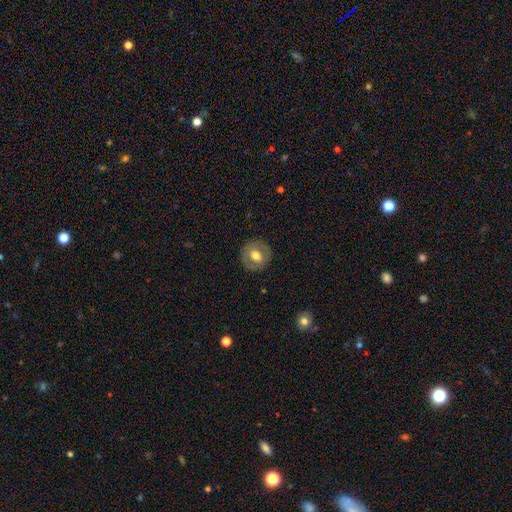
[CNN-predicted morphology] type=smooth (59%); roundness=round (89%); merging=none (88%).